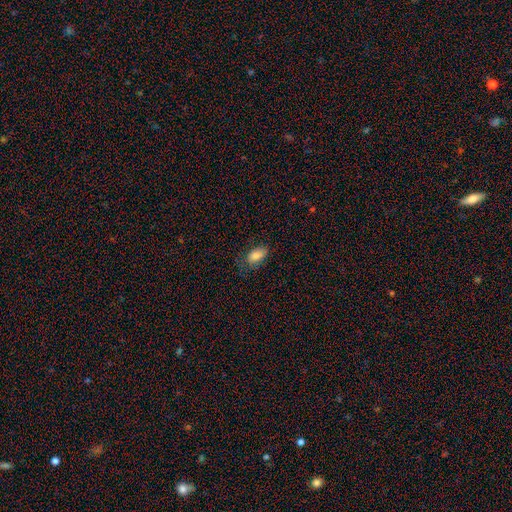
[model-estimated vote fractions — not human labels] smooth-or-featured: smooth: 85% | star or artifact: 8% | featured or disk: 6%
  how-rounded: in between: 91% | round: 5% | cigar-shaped: 4%
  merging: none: 66% | minor disturbance: 25% | major disturbance: 8% | merger: 1%